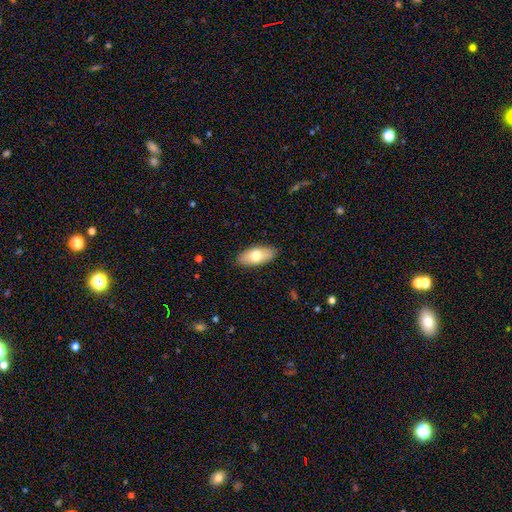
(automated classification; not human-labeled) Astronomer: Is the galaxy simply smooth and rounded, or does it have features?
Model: smooth — 72%.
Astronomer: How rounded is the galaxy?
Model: in between — 89%.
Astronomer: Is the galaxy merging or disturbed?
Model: none — 88%.